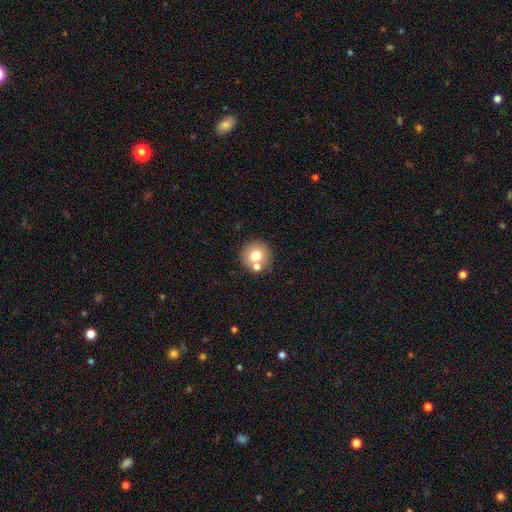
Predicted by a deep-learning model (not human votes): smooth-or-featured: smooth: 72% | featured or disk: 17% | star or artifact: 11%
  how-rounded: round: 91% | in between: 8% | cigar-shaped: 1%
  merging: none: 70% | merger: 19% | minor disturbance: 8% | major disturbance: 3%